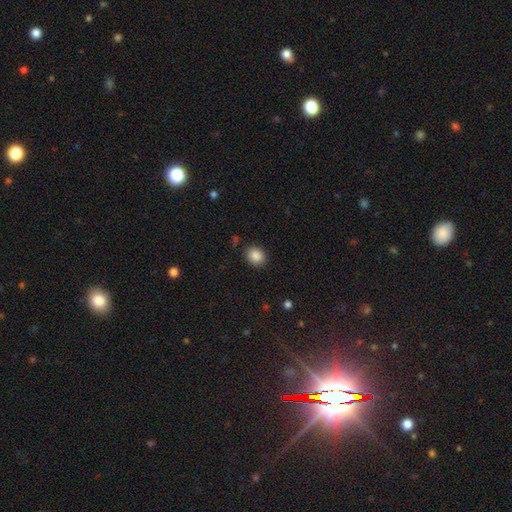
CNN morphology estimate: type=smooth (87%); roundness=round (60%); merging=none (86%).